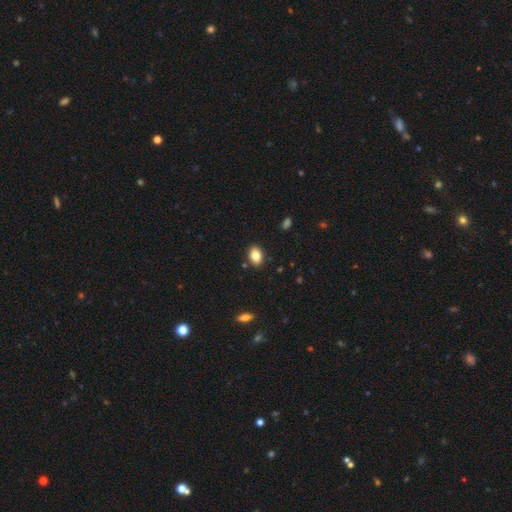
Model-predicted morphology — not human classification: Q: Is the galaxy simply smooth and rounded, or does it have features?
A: smooth — 82%.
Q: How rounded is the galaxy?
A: in between — 82%.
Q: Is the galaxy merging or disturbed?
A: none — 87%.